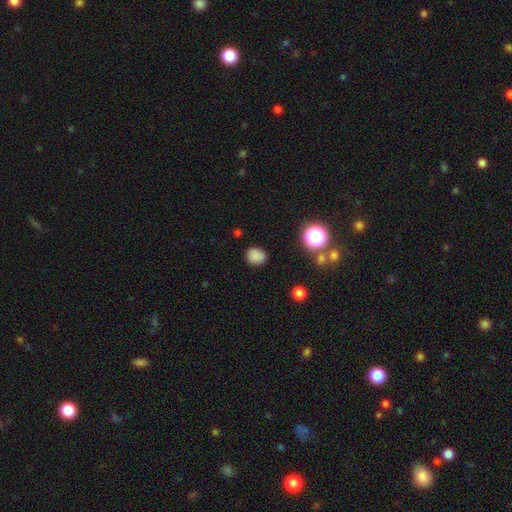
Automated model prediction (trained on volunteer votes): A smooth galaxy with no disk features (81%) that is round (67%).

Vote fractions:
- Smooth or featured? smooth: 81% / star or artifact: 14% / featured or disk: 5%
- How rounded? round: 67% / in between: 32% / cigar-shaped: 1%
- Merging? none: 82% / minor disturbance: 13% / major disturbance: 3% / merger: 2%